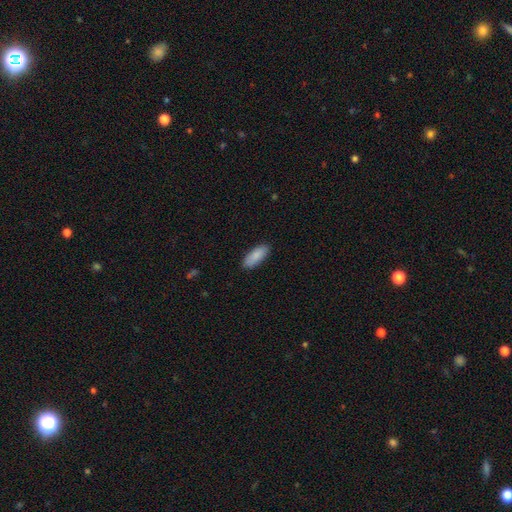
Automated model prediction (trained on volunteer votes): A smooth galaxy with no disk features (88%) that is in between round and cigar-shaped (80%). Merging: none (88%).